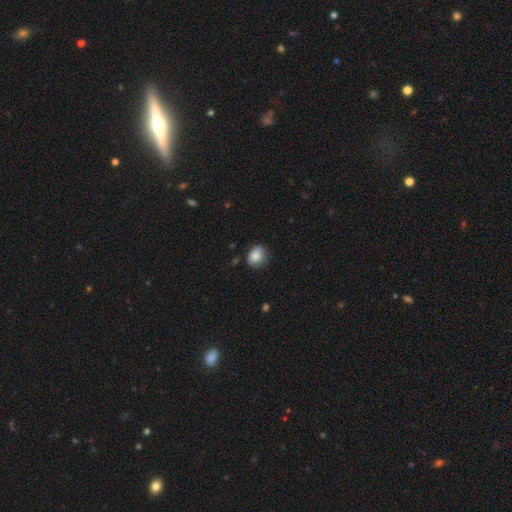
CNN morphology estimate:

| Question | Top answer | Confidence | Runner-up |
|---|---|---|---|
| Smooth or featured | smooth | 85% | star or artifact (8%) |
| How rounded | round | 54% | in between (45%) |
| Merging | none | 74% | minor disturbance (21%) |